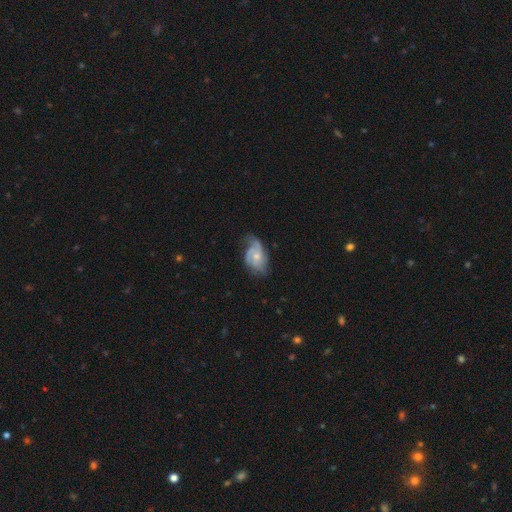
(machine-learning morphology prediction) type=featured or disk (74%); edge-on=no (97%); bar=no (70%); spiral arms=yes (92%); winding=medium (45%); arm count=2 (40%); bulge=small (48%); merging=none (49%).